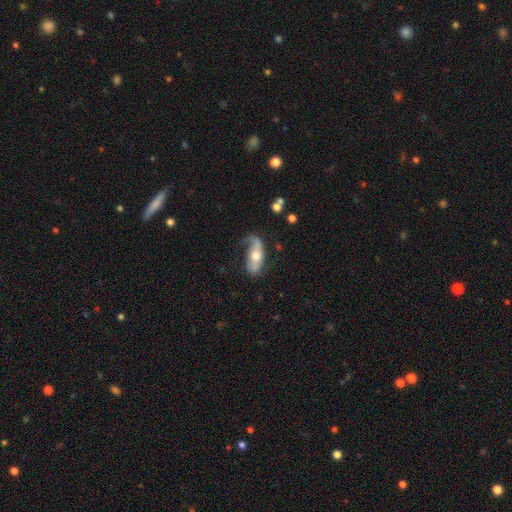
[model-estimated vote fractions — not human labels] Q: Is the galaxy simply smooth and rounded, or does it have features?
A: featured or disk — 60%.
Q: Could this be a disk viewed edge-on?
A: no — 83%.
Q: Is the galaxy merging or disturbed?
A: none — 47%.